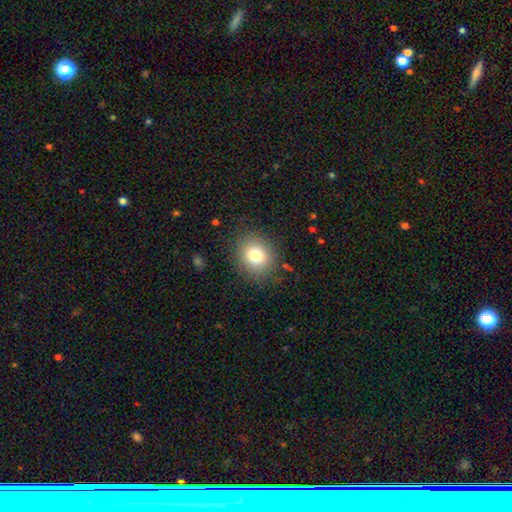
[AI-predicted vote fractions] Morphology: type=smooth (77%); roundness=round (79%); merging=none (89%).